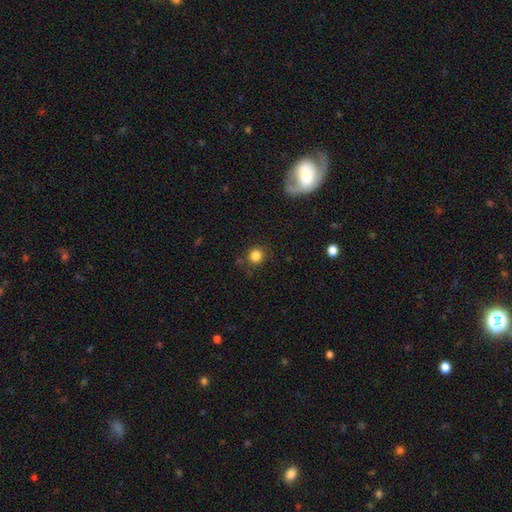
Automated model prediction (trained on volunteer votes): smooth 83%, star or artifact 12%, featured or disk 5%. Down the decision tree: how rounded — round (91%); merging — none (84%).